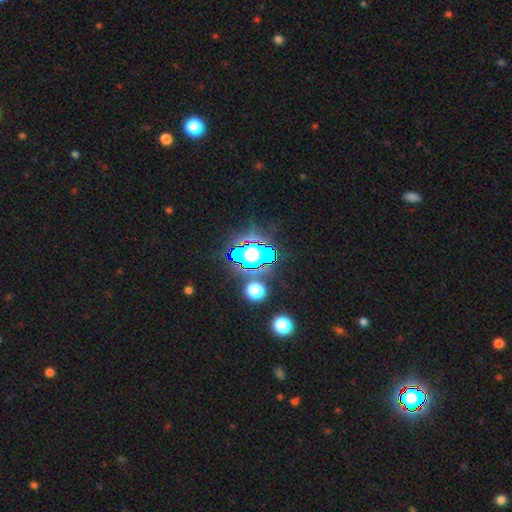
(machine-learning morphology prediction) This is clearly a star or artifact rather than a galaxy (80%).